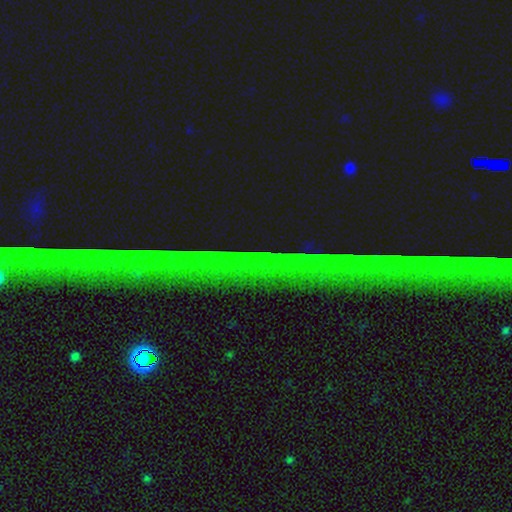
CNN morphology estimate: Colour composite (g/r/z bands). It shows a star or artifact, not a galaxy (84%).